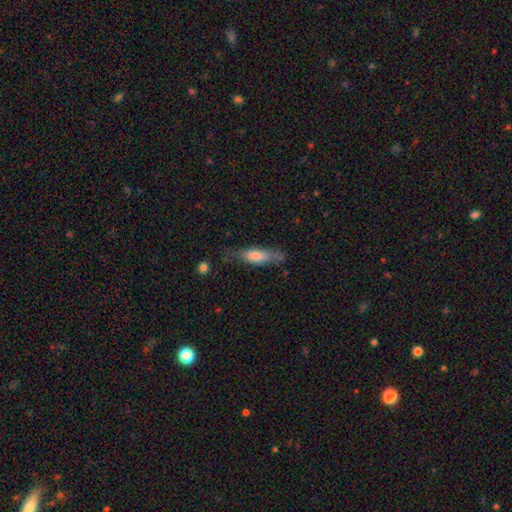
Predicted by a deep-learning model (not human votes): Q: Smooth or featured?
A: smooth (68%); runner-up: featured or disk (25%)
Q: How rounded?
A: cigar-shaped (58%); runner-up: in between (40%)
Q: Merging?
A: none (62%); runner-up: minor disturbance (26%)